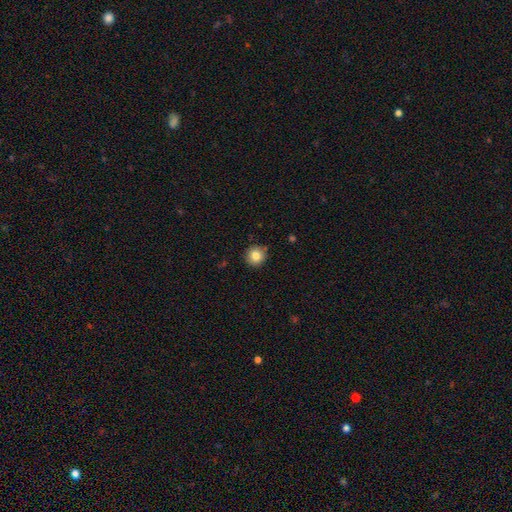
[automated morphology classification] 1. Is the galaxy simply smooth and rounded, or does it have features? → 83% smooth, 10% star or artifact, 7% featured or disk.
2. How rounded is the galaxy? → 91% round, 8% in between, 1% cigar-shaped.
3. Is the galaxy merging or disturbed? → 85% none, 11% minor disturbance, 2% major disturbance, 1% merger.